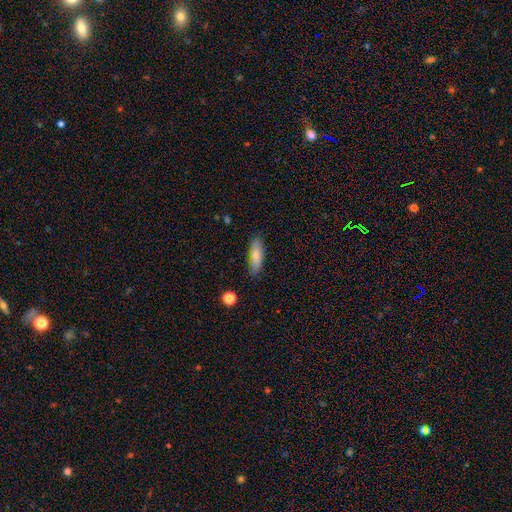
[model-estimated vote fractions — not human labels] A smooth galaxy with no disk features (80%) that is cigar-shaped (52%).

Vote fractions:
- Smooth or featured? smooth: 80% / featured or disk: 12% / star or artifact: 7%
- How rounded? cigar-shaped: 52% / in between: 46% / round: 2%
- Merging? none: 82% / minor disturbance: 14% / major disturbance: 3% / merger: 2%